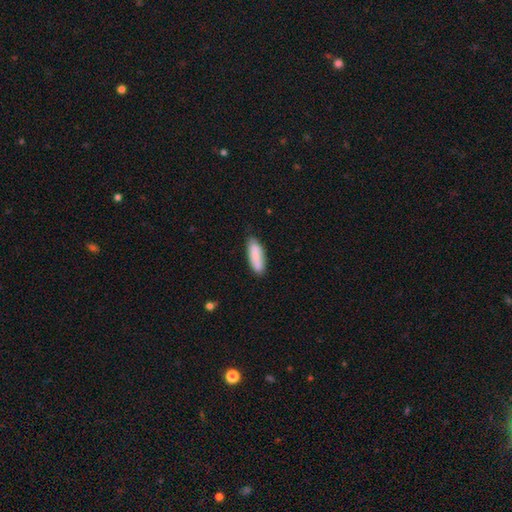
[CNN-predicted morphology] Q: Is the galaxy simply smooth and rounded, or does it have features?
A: smooth — 83%.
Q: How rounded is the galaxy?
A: in between — 58%.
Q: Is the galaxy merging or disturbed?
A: none — 78%.